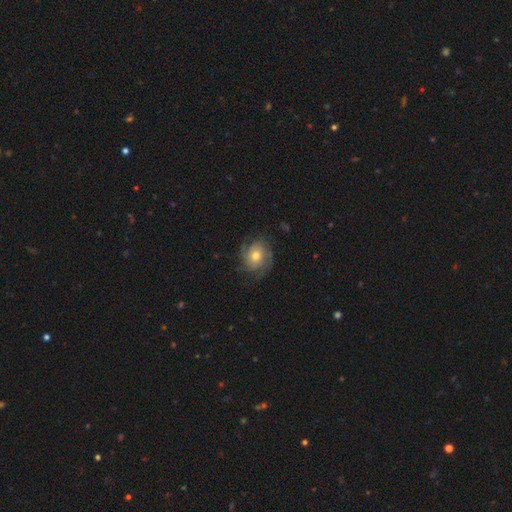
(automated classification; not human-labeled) Overall: featured or disk (66%; smooth 26%). Edge-on disk: no (97%). Bar: no (82%). Spiral arms: yes (89%). Spiral arm count: can't tell (30%; 3 26%). Spiral winding: tight (51%; medium 34%). Bulge size: moderate (68%). Merging: none (71%).